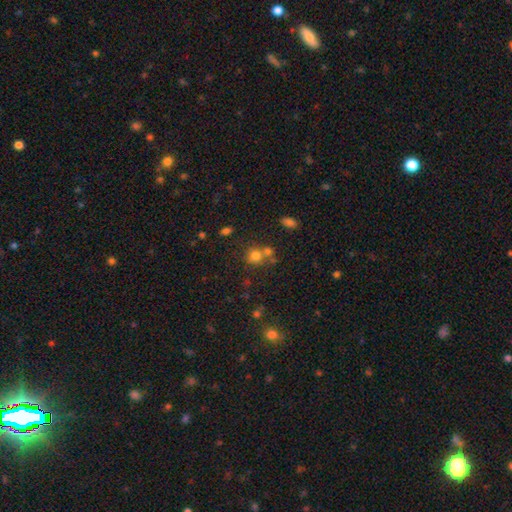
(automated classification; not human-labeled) This appears to be a smooth galaxy with no disk features (73%) that is round (82%). Merging: none (53%).